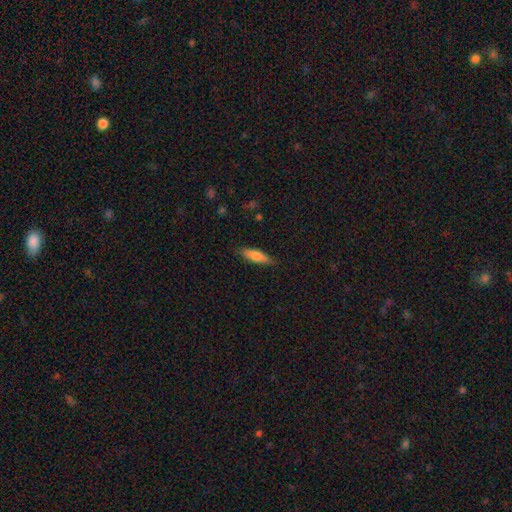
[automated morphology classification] Smooth or featured? Predicted: smooth (p=0.75). How rounded? Predicted: cigar-shaped (p=0.59). Merging? Predicted: none (p=0.85).